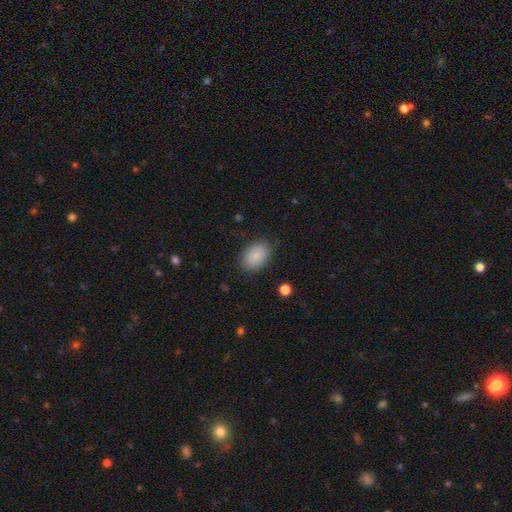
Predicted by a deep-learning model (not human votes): Q: Smooth or featured?
A: smooth (88%); runner-up: star or artifact (7%)
Q: How rounded?
A: in between (85%); runner-up: round (13%)
Q: Merging?
A: none (84%); runner-up: minor disturbance (11%)